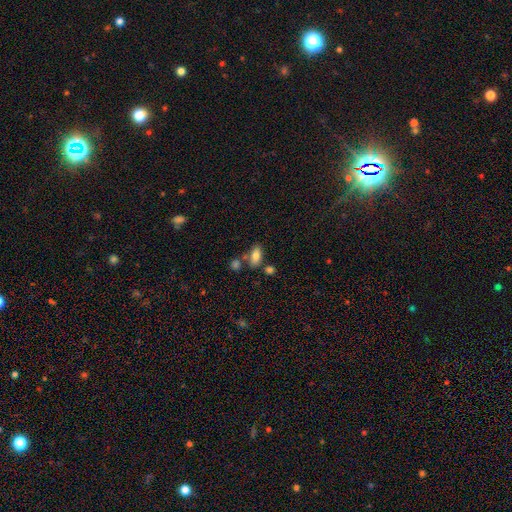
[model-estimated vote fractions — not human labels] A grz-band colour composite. It shows a smooth galaxy with no disk features (79%) that is in between round and cigar-shaped (87%). Merging: none (67%).